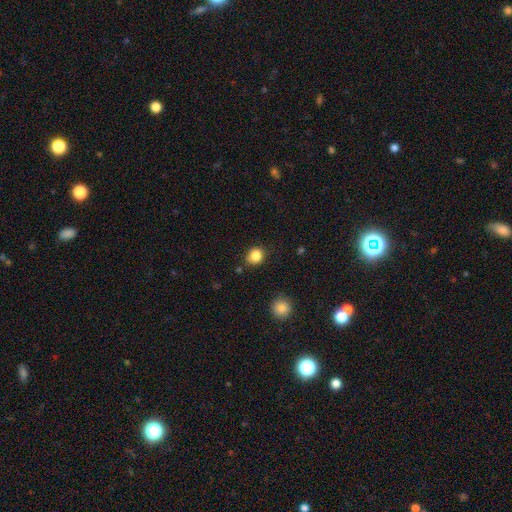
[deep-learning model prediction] Smooth or featured?
  - smooth: 83% *
  - star or artifact: 11%
  - featured or disk: 5%
How rounded?
  - round: 73% *
  - in between: 26%
  - cigar-shaped: 1%
Merging?
  - none: 81% *
  - minor disturbance: 14%
  - major disturbance: 3%
  - merger: 3%